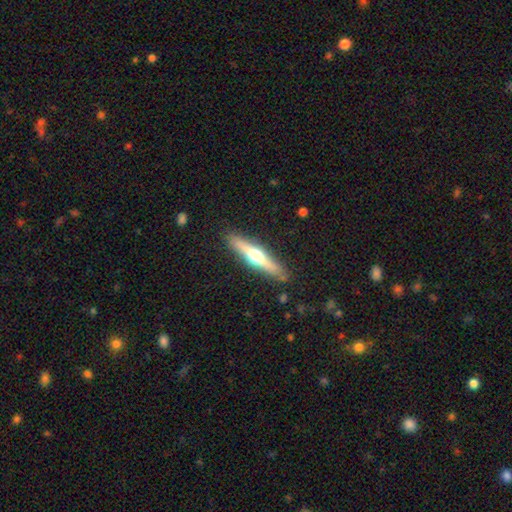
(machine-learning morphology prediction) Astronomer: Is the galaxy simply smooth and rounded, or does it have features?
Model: featured or disk — 64%.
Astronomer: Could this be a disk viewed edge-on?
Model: yes — 96%.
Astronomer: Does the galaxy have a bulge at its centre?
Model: rounded — 94%.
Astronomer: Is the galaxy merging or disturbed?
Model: none — 88%.